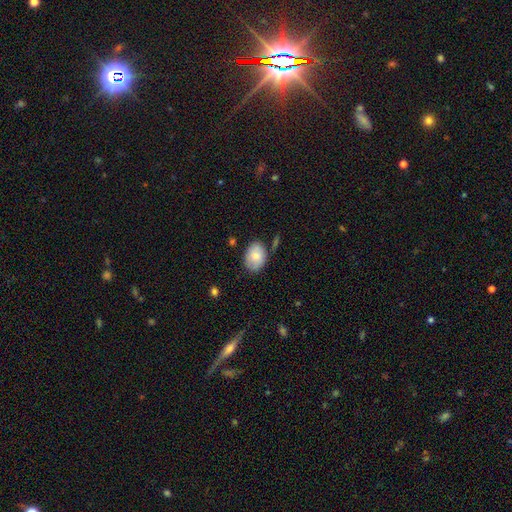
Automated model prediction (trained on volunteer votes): This is likely a smooth galaxy (76%). How rounded: likely in between (79%). Merging: likely none (74%).